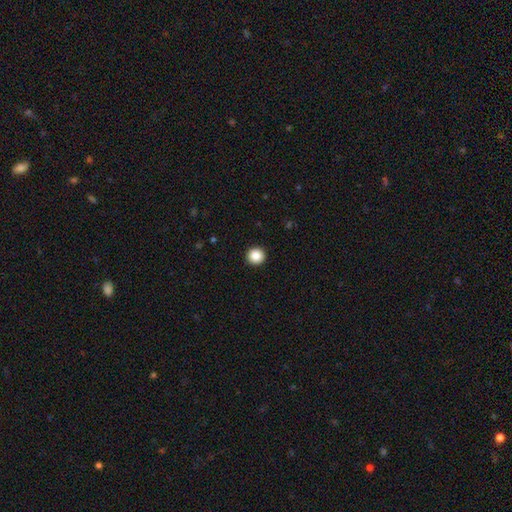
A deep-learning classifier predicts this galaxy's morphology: This appears to be a smooth galaxy with no disk features (87%) that is round (95%). Merging: none (94%).